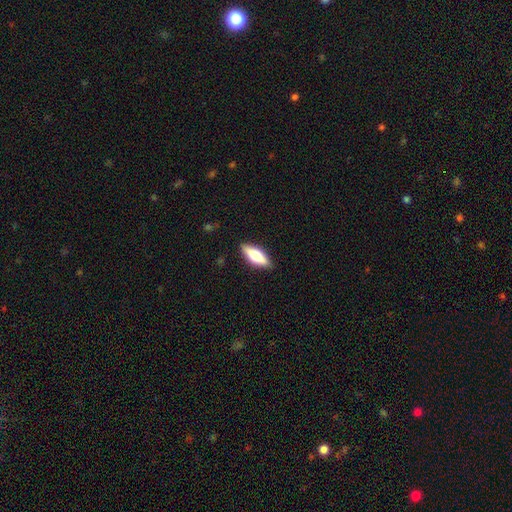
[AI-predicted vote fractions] Smooth or featured: smooth — 54% (featured or disk — 40%)
How rounded: in between — 60% (cigar-shaped — 38%)
Merging: none — 87% (minor disturbance — 10%)